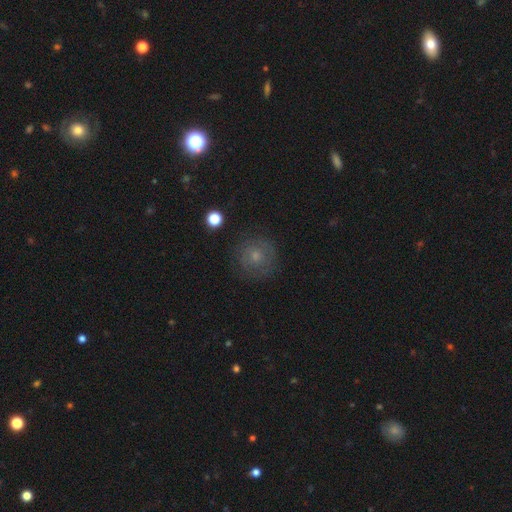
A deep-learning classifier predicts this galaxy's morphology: smooth 56%, featured or disk 30%, star or artifact 14%. Down the decision tree: how rounded — round (93%); merging — none (82%).